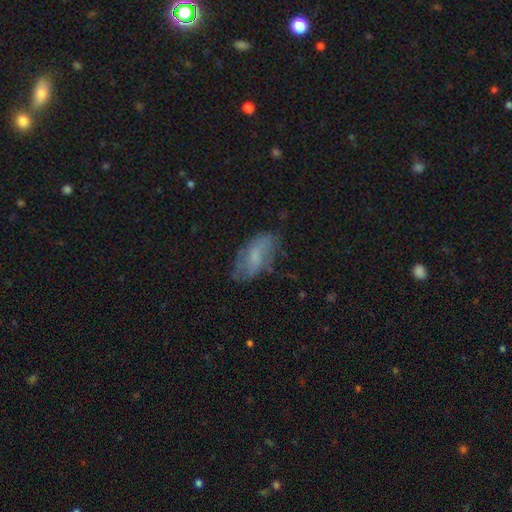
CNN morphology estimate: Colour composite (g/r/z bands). It shows a smooth galaxy with no disk features (52%) that is in between round and cigar-shaped (88%). Merging: none (61%).